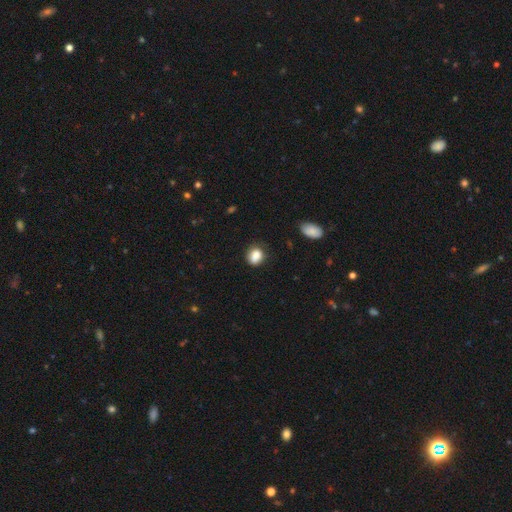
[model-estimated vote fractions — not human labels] Overall: smooth (84%). How rounded: round (51%; in between 48%). Merging: none (71%).